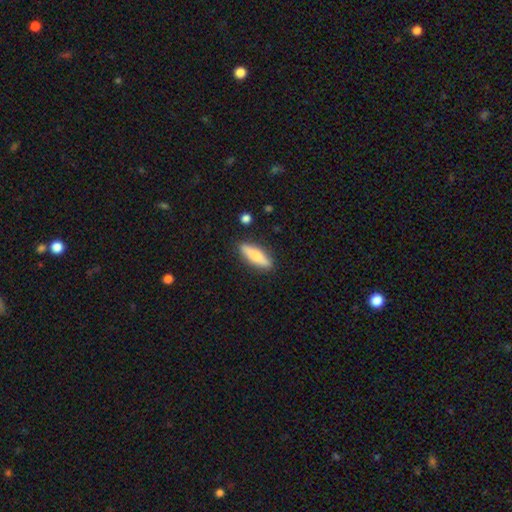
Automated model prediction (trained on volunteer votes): smooth_or_featured: smooth (p=0.66) [alt: featured or disk p=0.28]
how_rounded: cigar-shaped (p=0.72) [alt: in between p=0.26]
merging: none (p=0.88) [alt: minor disturbance p=0.08]